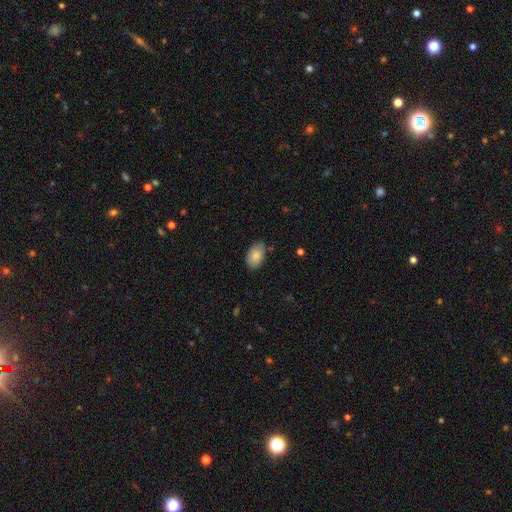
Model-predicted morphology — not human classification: smooth-or-featured: smooth: 84% | featured or disk: 9% | star or artifact: 7%
  how-rounded: in between: 91% | round: 8% | cigar-shaped: 1%
  merging: none: 79% | minor disturbance: 17% | major disturbance: 3% | merger: 2%